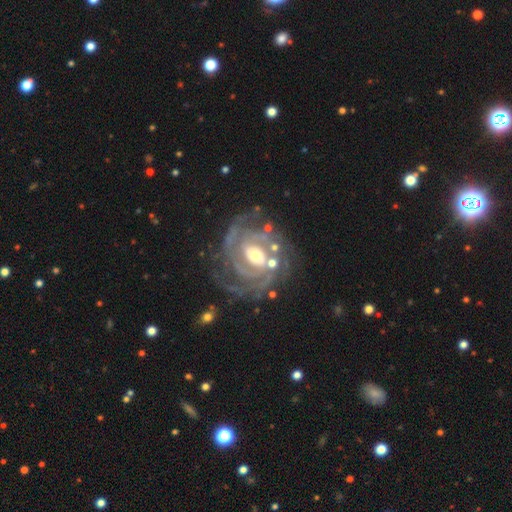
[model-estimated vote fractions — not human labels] Smooth or featured?
  - featured or disk: 91% *
  - star or artifact: 5%
  - smooth: 4%
Edge-on disk?
  - no: 98% *
  - yes: 2%
Bar?
  - no: 41% *
  - weak: 38%
  - strong: 21%
Spiral arms?
  - yes: 98% *
  - no: 2%
Spiral winding?
  - tight: 68% *
  - medium: 28%
  - loose: 4%
Spiral arm count?
  - 3: 29% *
  - 2: 20%
  - can't tell: 18%
  - 4: 17%
  - more than 4: 8%
  - 1: 6%
Bulge size?
  - moderate: 60% *
  - small: 27%
  - large: 10%
  - none: 1%
  - dominant: 1%
Merging?
  - none: 69% *
  - minor disturbance: 18%
  - major disturbance: 9%
  - merger: 4%